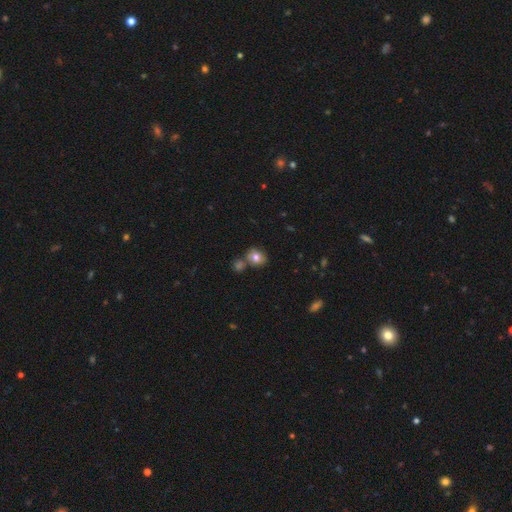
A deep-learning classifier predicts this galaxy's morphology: type=smooth (61%); roundness=round (68%); merging=none (64%).